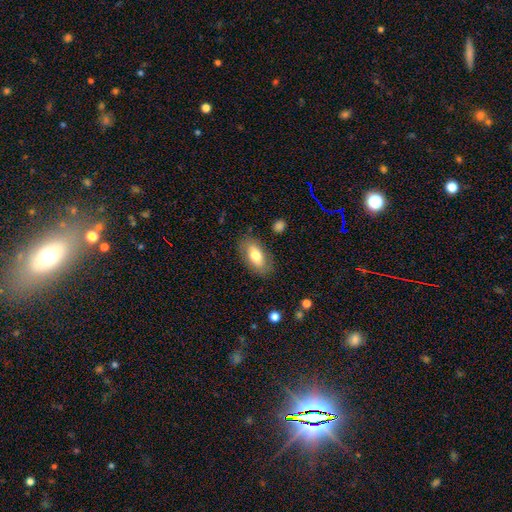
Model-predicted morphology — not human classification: The model was most divided on "smooth or featured": smooth: 71%, featured or disk: 22%, star or artifact: 7%. More confident: how rounded — in between (90%); merging — none (83%).